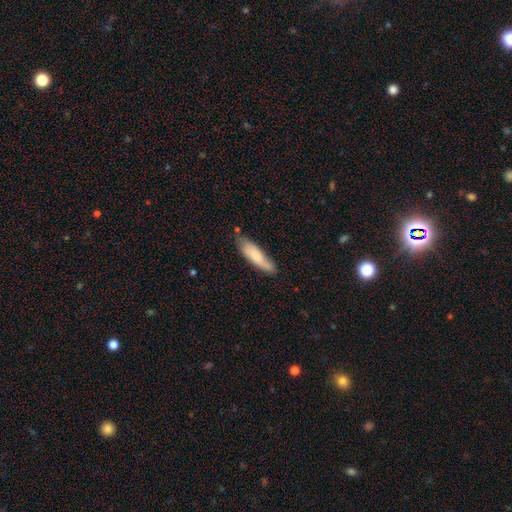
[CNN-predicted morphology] A smooth galaxy with no disk features (72%) that is cigar-shaped (63%).

Vote fractions:
- Smooth or featured? smooth: 72% / featured or disk: 22% / star or artifact: 6%
- How rounded? cigar-shaped: 63% / in between: 36% / round: 1%
- Merging? none: 66% / minor disturbance: 25% / major disturbance: 5% / merger: 4%